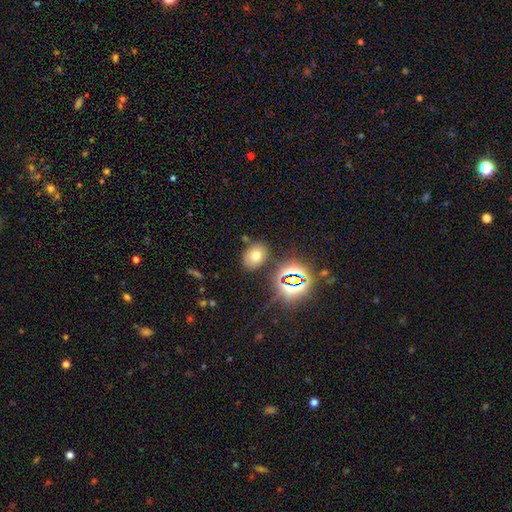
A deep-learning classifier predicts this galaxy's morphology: Smooth or featured? smooth (65%)
How rounded? in between (65%)
Merging? none (80%)